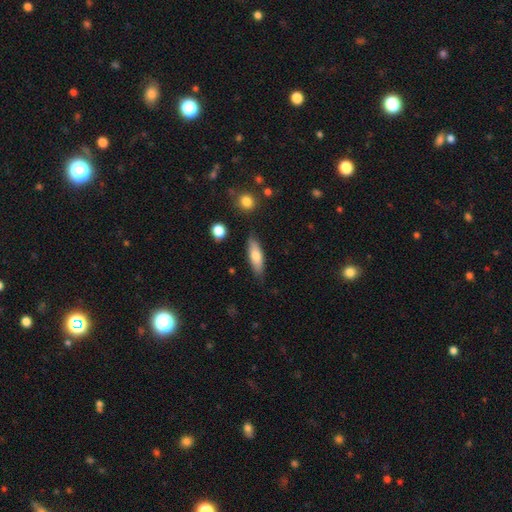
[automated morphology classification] type=smooth (73%); roundness=in between (49%); merging=none (82%).